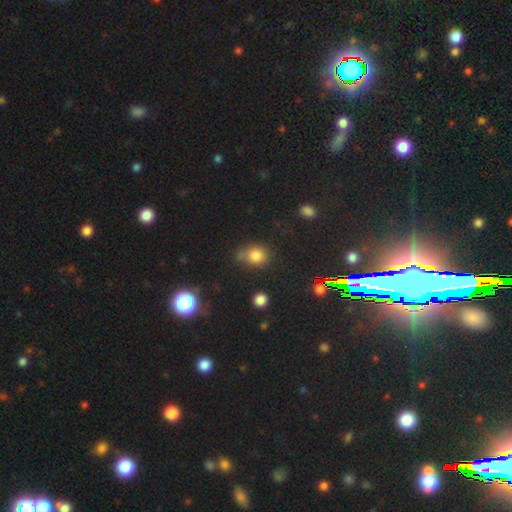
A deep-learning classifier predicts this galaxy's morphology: Smooth or featured? smooth (78%)
How rounded? round (66%)
Merging? none (56%)